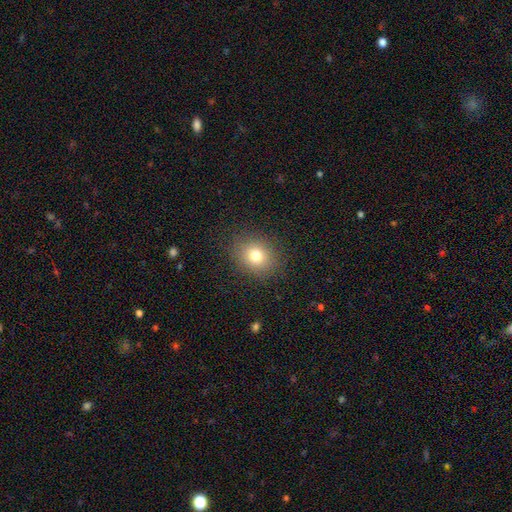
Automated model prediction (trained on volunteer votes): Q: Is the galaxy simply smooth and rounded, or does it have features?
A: smooth — 77%.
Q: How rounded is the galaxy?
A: round — 65%.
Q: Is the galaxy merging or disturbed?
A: none — 87%.